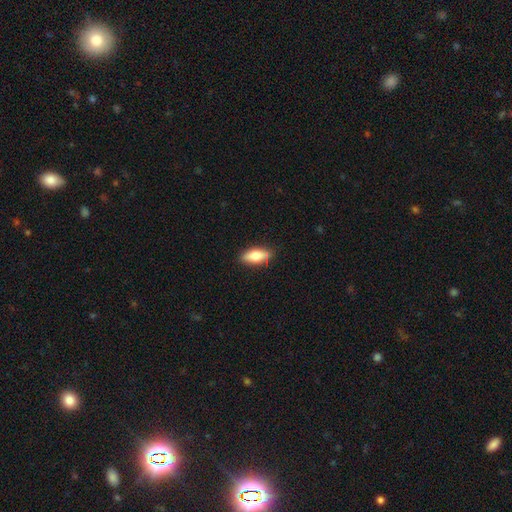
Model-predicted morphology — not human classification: This is likely a smooth galaxy (76%). How rounded: likely in between (80%). Merging: clearly none (84%).